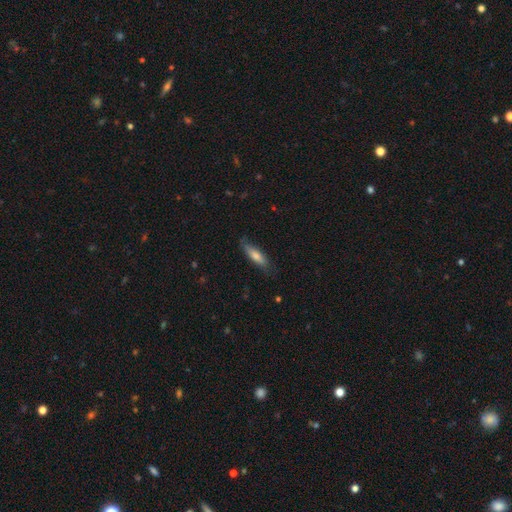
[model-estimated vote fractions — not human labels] Smooth or featured?
  - smooth: 67% *
  - featured or disk: 27%
  - star or artifact: 6%
How rounded?
  - cigar-shaped: 61% *
  - in between: 37%
  - round: 2%
Merging?
  - none: 75% *
  - minor disturbance: 19%
  - major disturbance: 4%
  - merger: 1%